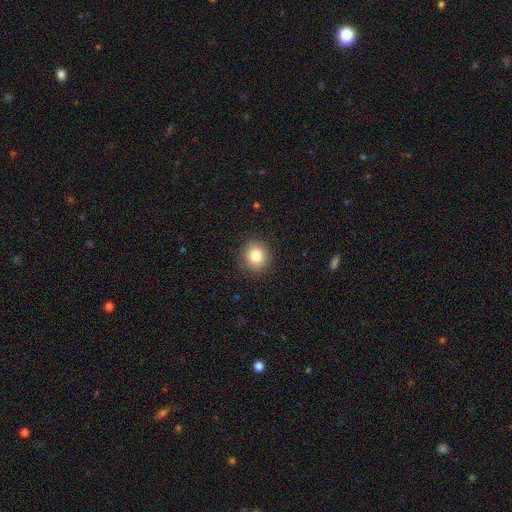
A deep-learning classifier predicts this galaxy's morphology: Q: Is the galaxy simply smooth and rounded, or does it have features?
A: smooth — 83%.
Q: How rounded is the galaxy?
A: round — 85%.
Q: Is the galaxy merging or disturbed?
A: none — 89%.